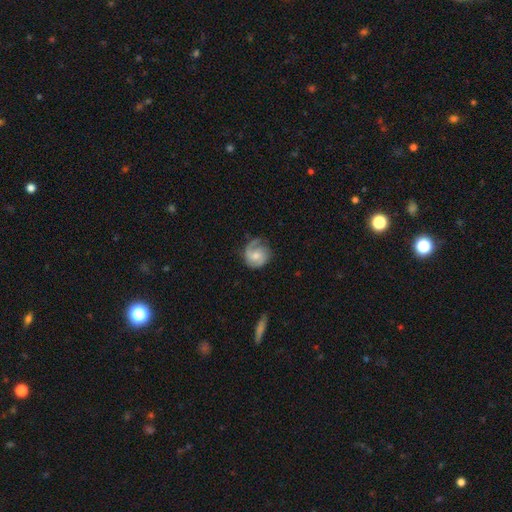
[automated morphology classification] The model was most divided on "spiral winding": medium: 41%, tight: 36%, loose: 23%. Remaining: edge-on disk — no (98%); spiral arms — yes (92%); smooth or featured — featured or disk (66%); merging — none (63%); bar — no (63%); bulge size — moderate (49%); spiral arm count — 2 (47%).